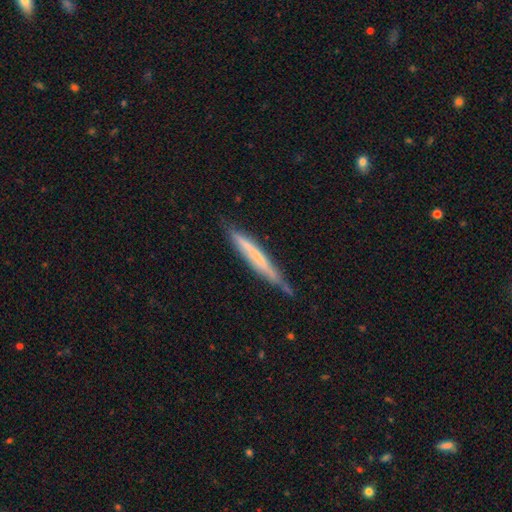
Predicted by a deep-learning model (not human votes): Overall: featured or disk (49%; smooth 45%). Merging: none (73%).